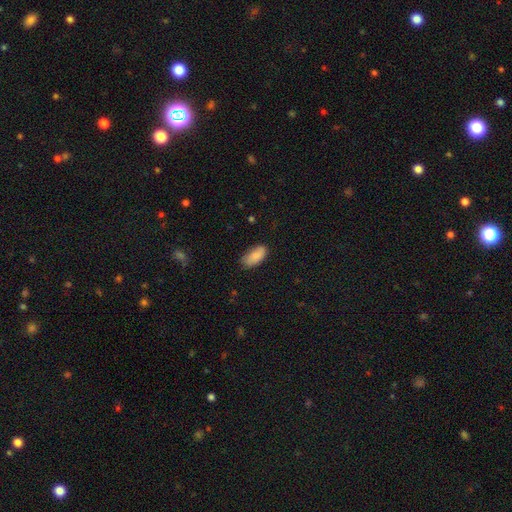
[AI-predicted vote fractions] smooth_or_featured: smooth (p=0.86) [alt: featured or disk p=0.08]
how_rounded: in between (p=0.91) [alt: cigar-shaped p=0.07]
merging: none (p=0.75) [alt: minor disturbance p=0.20]